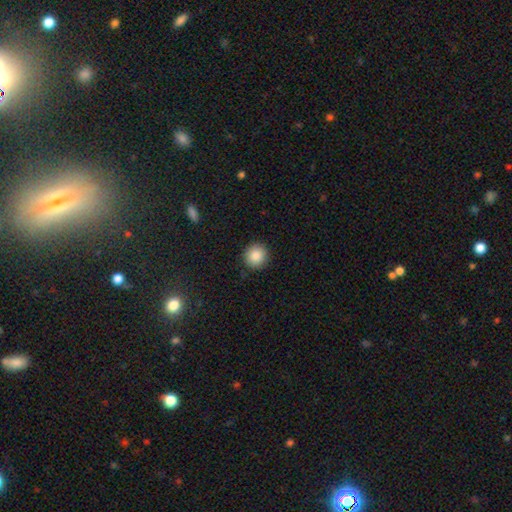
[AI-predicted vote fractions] Morphology: type=smooth (87%); roundness=round (91%); merging=none (91%).